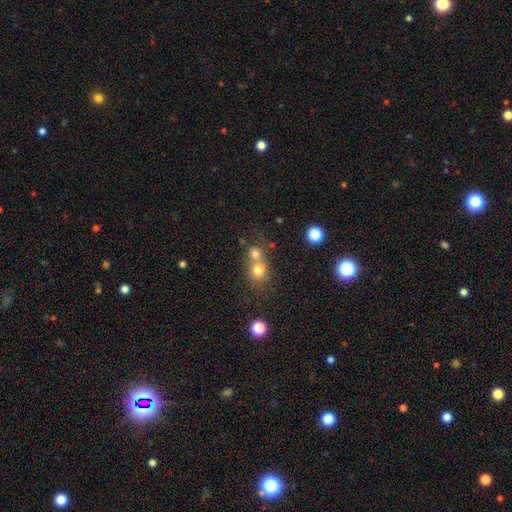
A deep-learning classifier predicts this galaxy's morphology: This is likely a smooth galaxy (67%). How rounded: likely round (80%). Merging: possibly merger (51%).